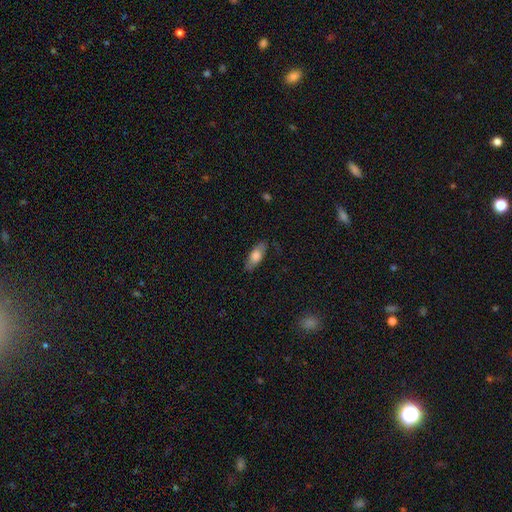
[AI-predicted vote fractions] The model was most divided on "smooth or featured": smooth: 68%, featured or disk: 26%, star or artifact: 6%. More confident: how rounded — in between (80%); merging — none (77%).